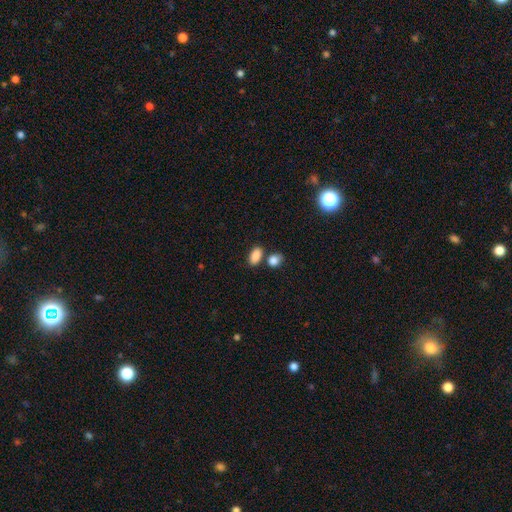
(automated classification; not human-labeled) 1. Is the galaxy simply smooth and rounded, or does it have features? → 86% smooth, 9% star or artifact, 5% featured or disk.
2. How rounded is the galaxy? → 88% in between, 9% round, 3% cigar-shaped.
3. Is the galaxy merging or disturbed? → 65% none, 19% merger, 12% minor disturbance, 3% major disturbance.